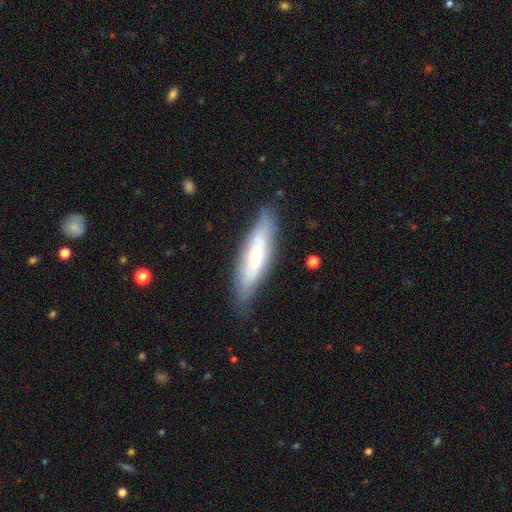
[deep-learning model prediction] smooth_or_featured: smooth (p=0.50) [alt: featured or disk p=0.44]
merging: none (p=0.77) [alt: minor disturbance p=0.18]